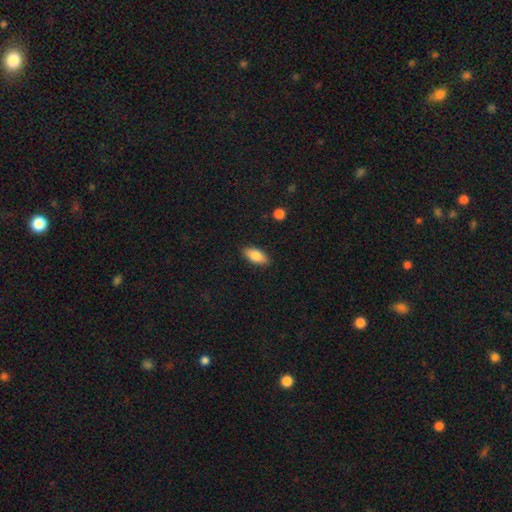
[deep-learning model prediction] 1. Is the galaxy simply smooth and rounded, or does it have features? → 82% smooth, 11% featured or disk, 7% star or artifact.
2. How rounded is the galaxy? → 88% in between, 9% cigar-shaped, 3% round.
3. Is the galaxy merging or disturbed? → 88% none, 9% minor disturbance, 2% major disturbance, 1% merger.